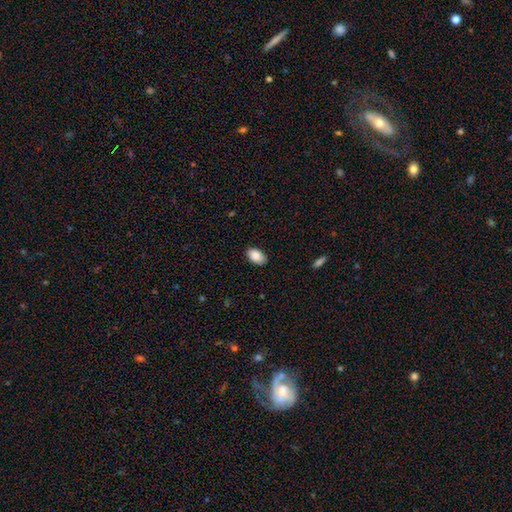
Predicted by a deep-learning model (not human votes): smooth_or_featured: smooth (p=0.88) [alt: star or artifact p=0.07]
how_rounded: in between (p=0.93) [alt: round p=0.06]
merging: none (p=0.87) [alt: minor disturbance p=0.10]